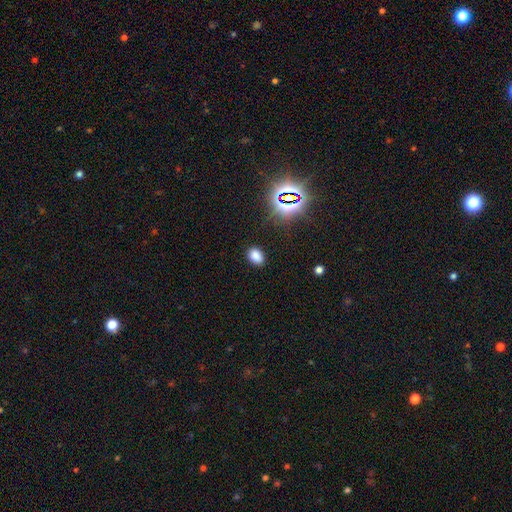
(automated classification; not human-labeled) smooth 78%, star or artifact 17%, featured or disk 5%. Down the decision tree: how rounded — in between (74%); merging — none (85%).